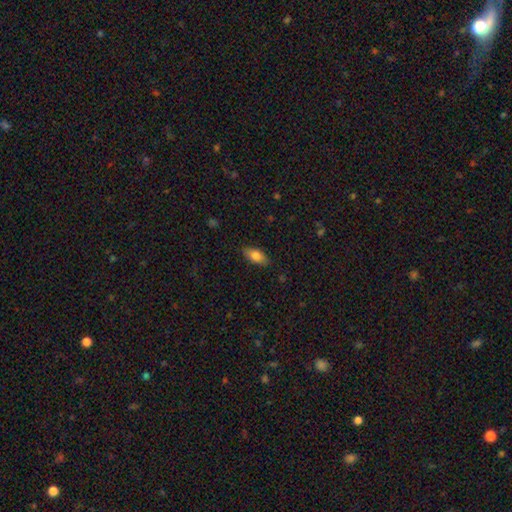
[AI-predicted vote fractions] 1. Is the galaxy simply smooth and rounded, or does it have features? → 78% smooth, 15% featured or disk, 7% star or artifact.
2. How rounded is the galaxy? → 87% in between, 10% cigar-shaped, 3% round.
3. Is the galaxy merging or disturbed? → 86% none, 10% minor disturbance, 2% major disturbance, 1% merger.